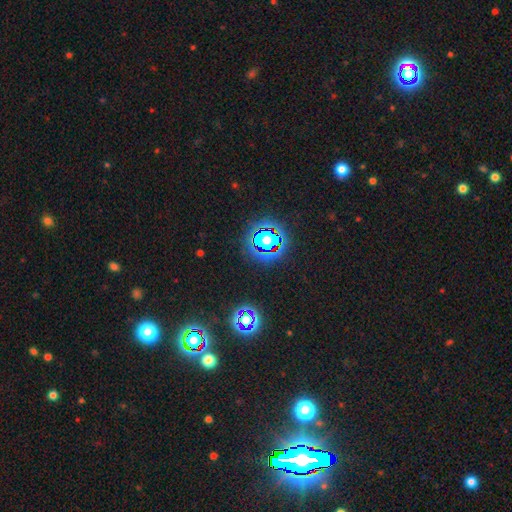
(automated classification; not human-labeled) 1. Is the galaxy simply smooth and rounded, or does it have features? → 82% star or artifact, 12% smooth, 6% featured or disk.